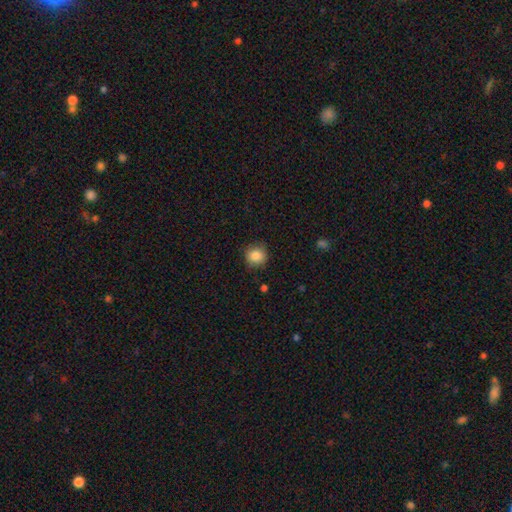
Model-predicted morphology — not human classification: type=smooth (85%); roundness=round (90%); merging=none (86%).